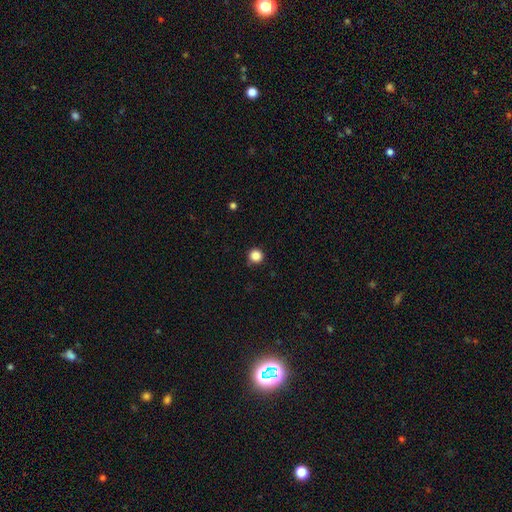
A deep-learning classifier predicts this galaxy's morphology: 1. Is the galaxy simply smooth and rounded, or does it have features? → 86% smooth, 11% star or artifact, 3% featured or disk.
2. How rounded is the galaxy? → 95% round, 4% in between, 1% cigar-shaped.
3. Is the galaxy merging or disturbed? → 89% none, 8% minor disturbance, 2% major disturbance, 1% merger.